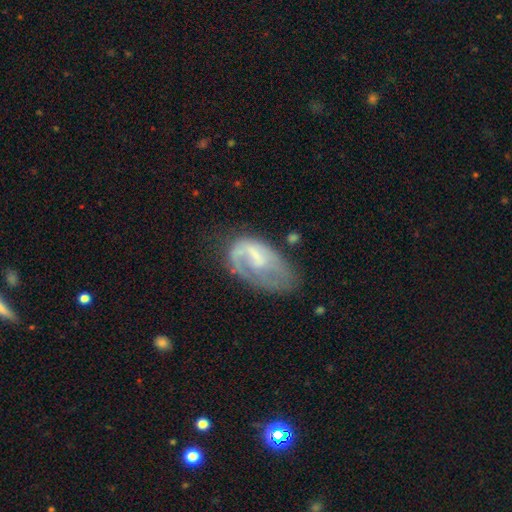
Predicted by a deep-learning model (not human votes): A featured or disk galaxy (59%) with no bar (51%), spiral arms (63%) and no central bulge (37%). Merging: none (35%).